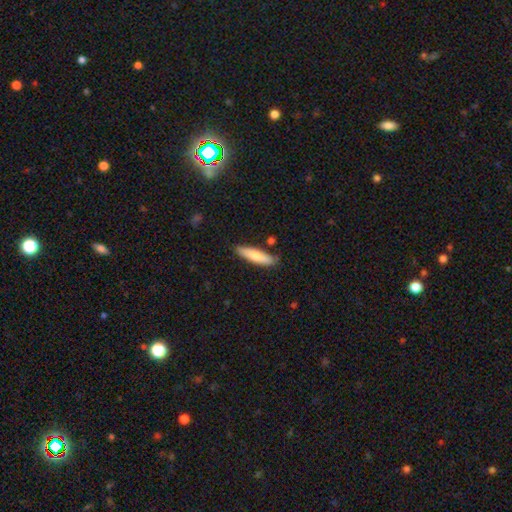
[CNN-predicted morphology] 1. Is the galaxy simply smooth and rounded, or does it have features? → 76% smooth, 18% featured or disk, 6% star or artifact.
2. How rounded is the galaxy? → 73% cigar-shaped, 26% in between, 2% round.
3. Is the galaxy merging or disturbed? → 82% none, 13% minor disturbance, 3% merger, 2% major disturbance.